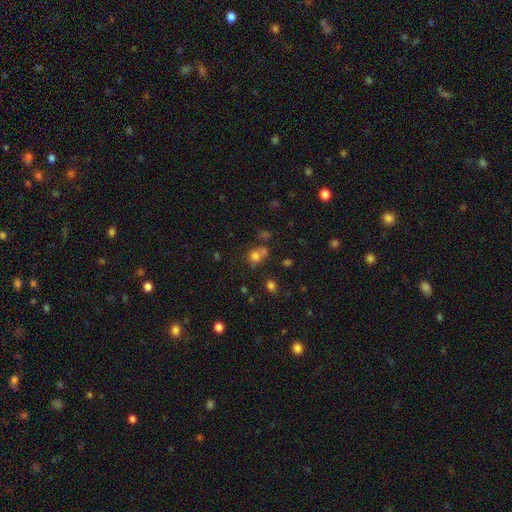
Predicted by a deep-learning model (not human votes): smooth-or-featured: smooth: 70% | star or artifact: 18% | featured or disk: 12%
  how-rounded: round: 73% | in between: 26% | cigar-shaped: 1%
  merging: none: 45% | merger: 38% | minor disturbance: 11% | major disturbance: 6%